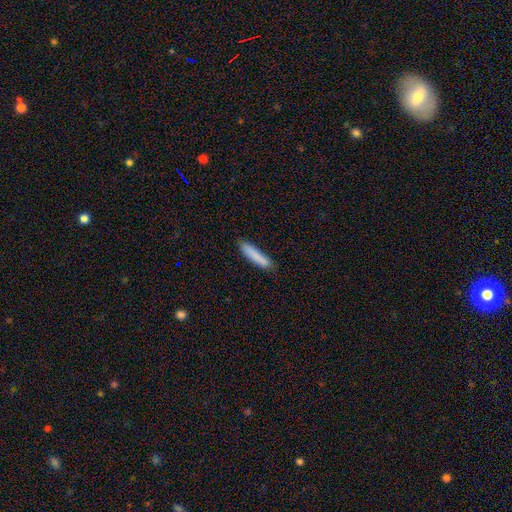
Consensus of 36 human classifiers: Volunteers were most divided on "merging": none: 86%, minor disturbance: 11%, merger: 3%, major disturbance: 0%. More confident: how rounded — cigar-shaped (91%); smooth or featured — smooth (89%).